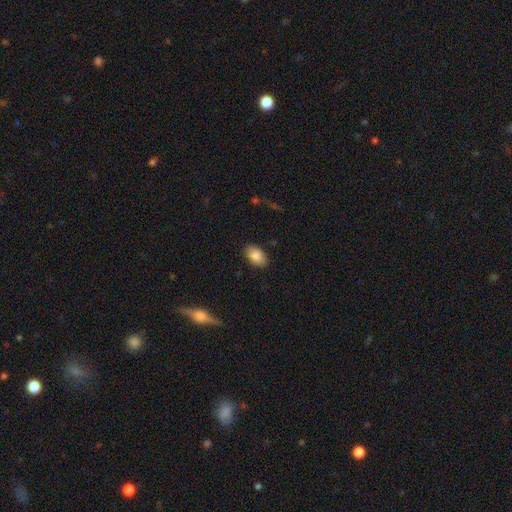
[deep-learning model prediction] Overall: smooth (84%). How rounded: in between (92%). Merging: none (87%).